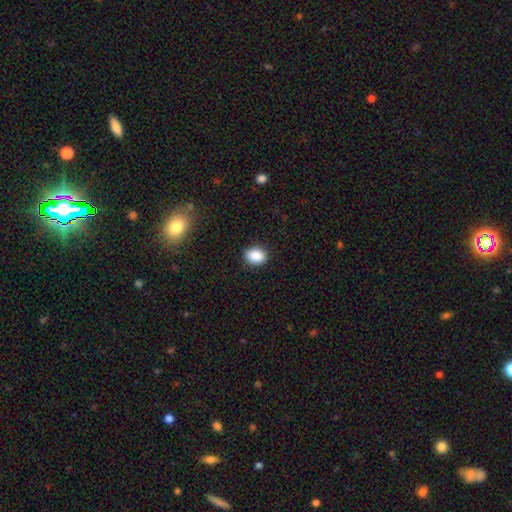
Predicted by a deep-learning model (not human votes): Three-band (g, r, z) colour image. It shows a smooth galaxy with no disk features (88%) that is in between round and cigar-shaped (66%). Merging: none (87%).